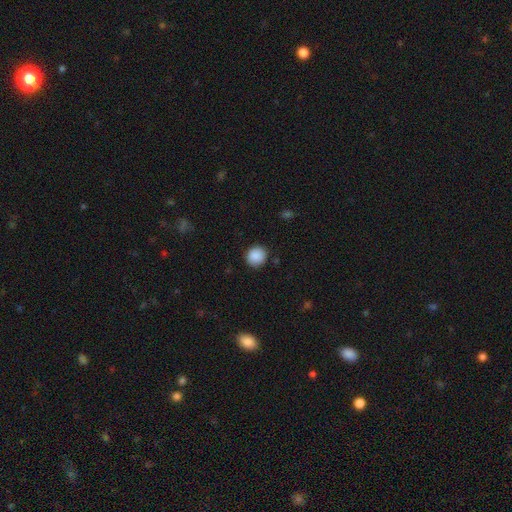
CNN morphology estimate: Overall: smooth (89%). How rounded: round (91%). Merging: none (89%).